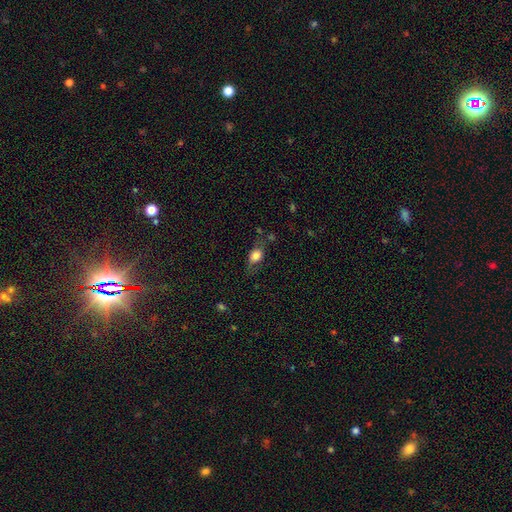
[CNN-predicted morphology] Overall: smooth (71%). How rounded: in between (72%). Merging: none (60%; minor disturbance 25%).